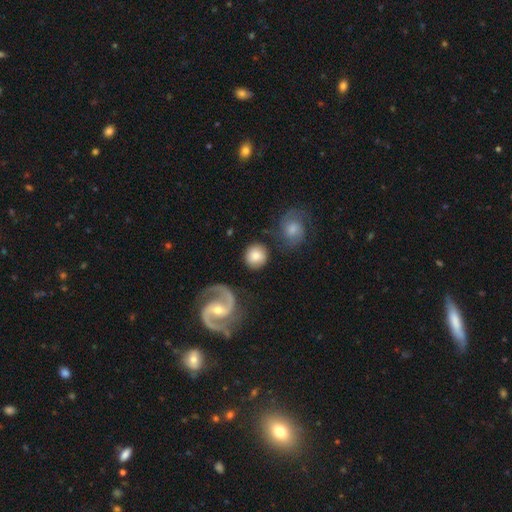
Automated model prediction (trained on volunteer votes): smooth_or_featured: smooth (p=0.74) [alt: featured or disk p=0.19]
how_rounded: round (p=0.89) [alt: in between p=0.10]
merging: none (p=0.76) [alt: minor disturbance p=0.10]